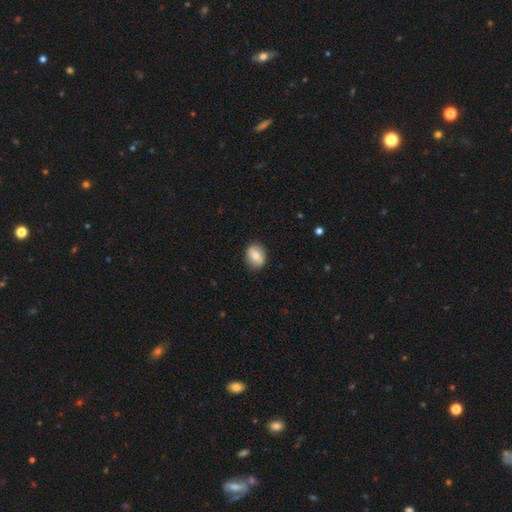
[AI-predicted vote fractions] Morphology: type=smooth (72%); roundness=in between (55%); merging=none (86%).